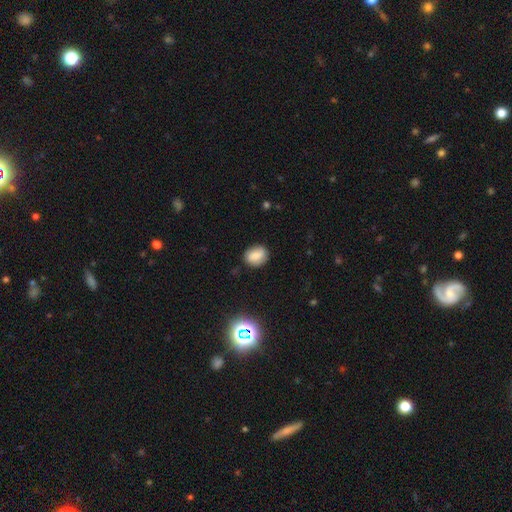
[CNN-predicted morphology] Smooth or featured? smooth (78%)
How rounded? in between (59%)
Merging? none (80%)